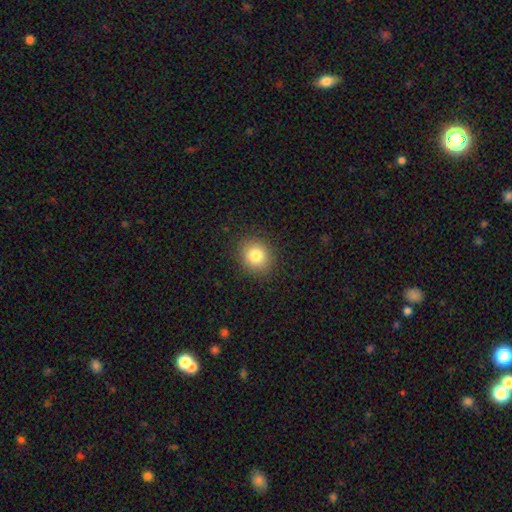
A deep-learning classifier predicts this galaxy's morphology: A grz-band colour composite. It shows a smooth galaxy with no disk features (81%) that is round (78%). Merging: none (89%).